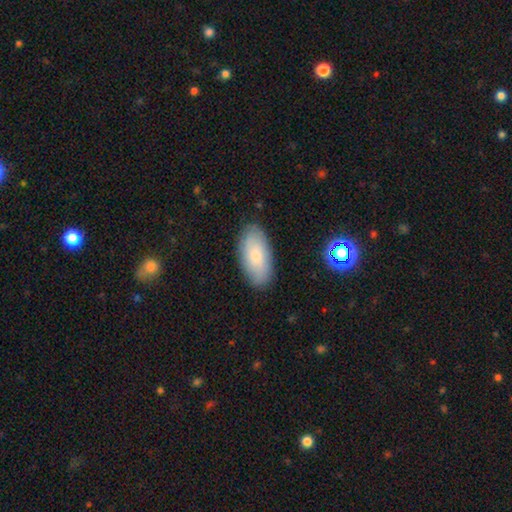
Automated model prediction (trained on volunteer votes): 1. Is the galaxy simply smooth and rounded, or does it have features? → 69% smooth, 23% featured or disk, 8% star or artifact.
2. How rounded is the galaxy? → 92% in between, 5% cigar-shaped, 3% round.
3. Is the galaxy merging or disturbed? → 86% none, 11% minor disturbance, 3% major disturbance, 1% merger.